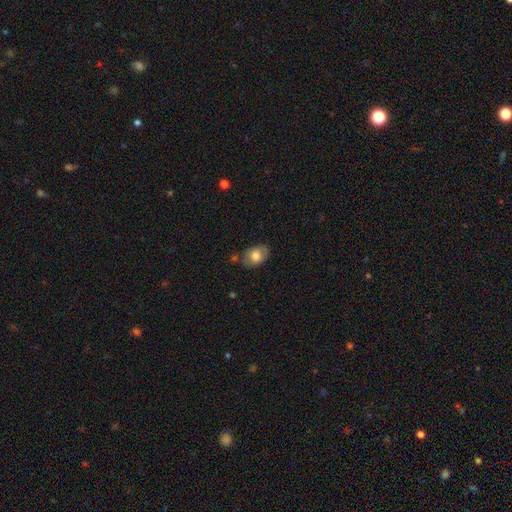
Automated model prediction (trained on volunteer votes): Q: Smooth or featured?
A: smooth (72%); runner-up: featured or disk (21%)
Q: How rounded?
A: in between (85%); runner-up: round (14%)
Q: Merging?
A: none (74%); runner-up: minor disturbance (18%)